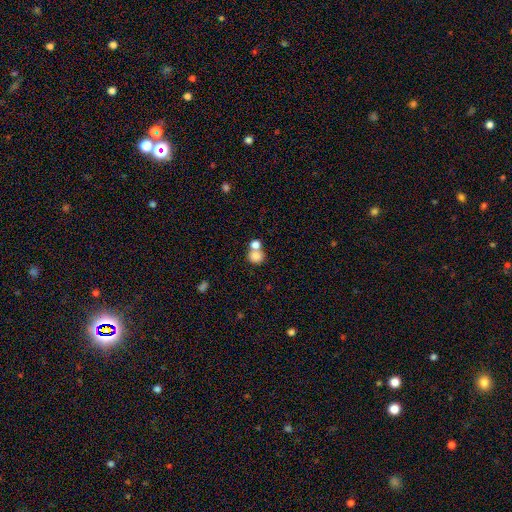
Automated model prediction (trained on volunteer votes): smooth_or_featured: smooth (p=0.81) [alt: star or artifact p=0.10]
how_rounded: round (p=0.76) [alt: in between p=0.23]
merging: merger (p=0.48) [alt: none p=0.40]